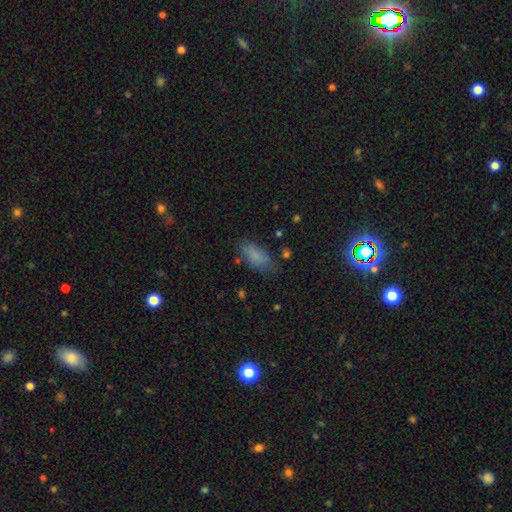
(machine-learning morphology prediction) Q: Smooth or featured?
A: smooth (80%); runner-up: star or artifact (11%)
Q: How rounded?
A: in between (86%); runner-up: cigar-shaped (11%)
Q: Merging?
A: none (65%); runner-up: minor disturbance (24%)